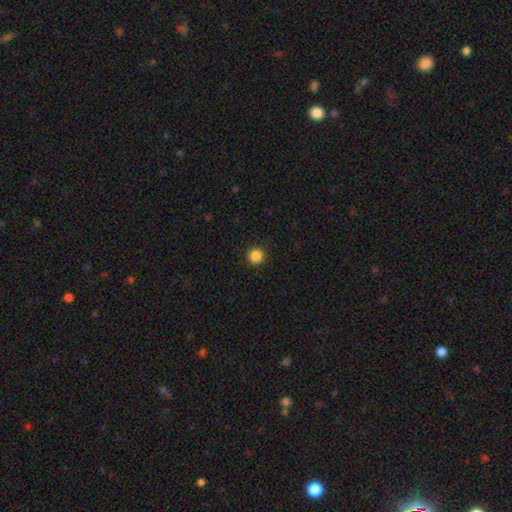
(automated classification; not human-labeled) Q: Smooth or featured?
A: smooth (86%); runner-up: star or artifact (11%)
Q: How rounded?
A: round (95%); runner-up: in between (4%)
Q: Merging?
A: none (92%); runner-up: minor disturbance (5%)